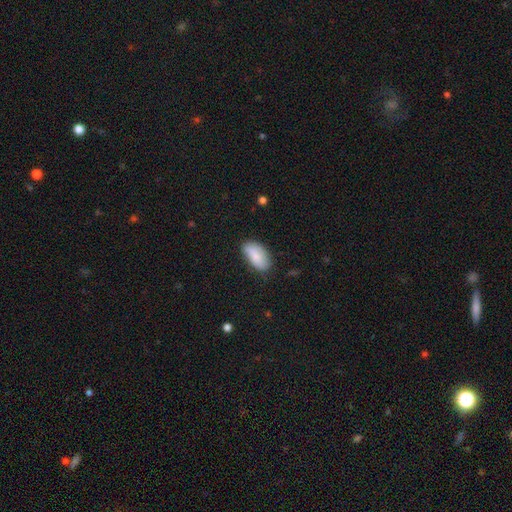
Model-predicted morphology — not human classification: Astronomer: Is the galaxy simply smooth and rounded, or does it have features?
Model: smooth — 82%.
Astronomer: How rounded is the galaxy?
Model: in between — 93%.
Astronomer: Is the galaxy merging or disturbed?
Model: none — 68%.